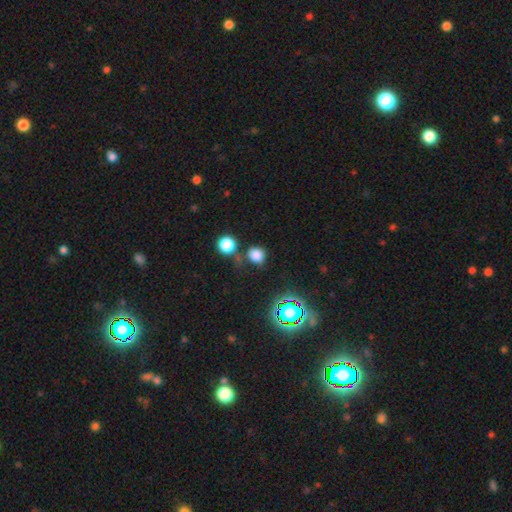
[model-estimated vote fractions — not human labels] This is likely a smooth galaxy (77%). How rounded: clearly round (83%). Merging: likely none (66%).